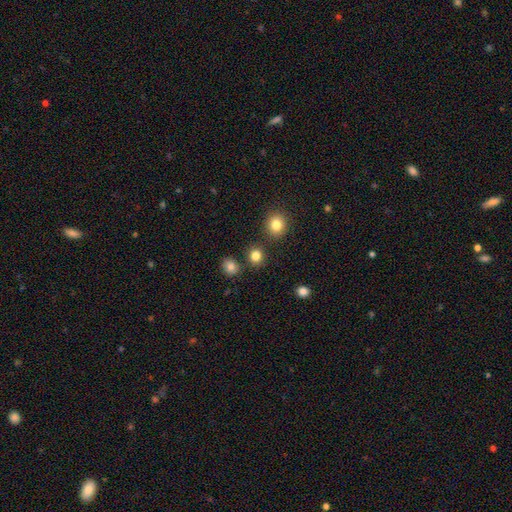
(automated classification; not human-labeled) A smooth galaxy with no disk features (83%) that is round (82%).

Vote fractions:
- Smooth or featured? smooth: 83% / star or artifact: 12% / featured or disk: 4%
- How rounded? round: 82% / in between: 17% / cigar-shaped: 1%
- Merging? none: 83% / minor disturbance: 7% / merger: 7% / major disturbance: 3%